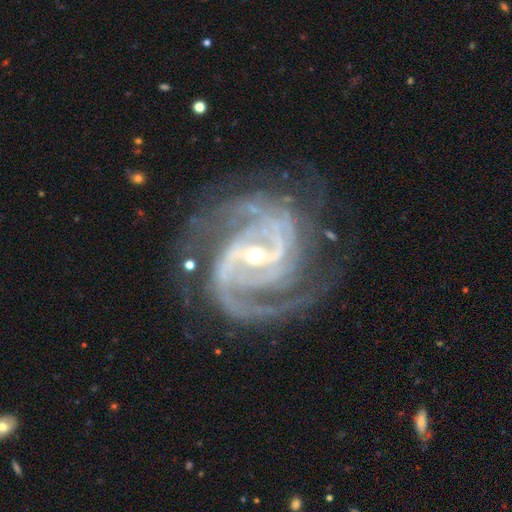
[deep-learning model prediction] Q: Smooth or featured?
A: featured or disk (93%); runner-up: star or artifact (5%)
Q: Edge-on disk?
A: no (98%); runner-up: yes (2%)
Q: Bar?
A: strong (49%); runner-up: weak (38%)
Q: Spiral arms?
A: yes (98%); runner-up: no (2%)
Q: Spiral winding?
A: medium (53%); runner-up: tight (34%)
Q: Spiral arm count?
A: 2 (61%); runner-up: 3 (15%)
Q: Bulge size?
A: small (65%); runner-up: moderate (32%)
Q: Merging?
A: none (67%); runner-up: minor disturbance (17%)